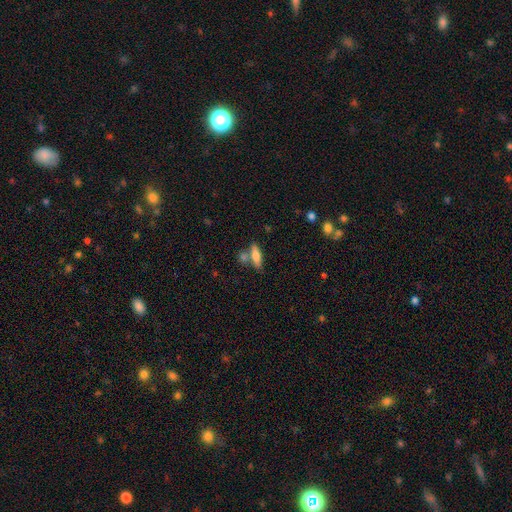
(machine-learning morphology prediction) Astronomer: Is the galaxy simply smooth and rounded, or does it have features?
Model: smooth — 70%.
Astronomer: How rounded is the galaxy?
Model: cigar-shaped — 54% (runner-up: in between, 43%).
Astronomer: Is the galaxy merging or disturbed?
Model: none — 61%.